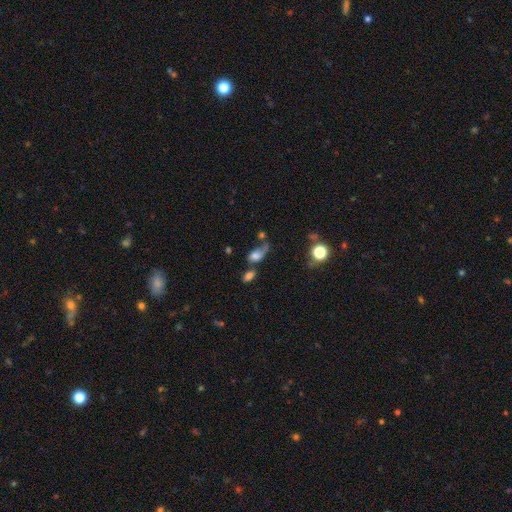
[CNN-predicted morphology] Smooth or featured?
  - smooth: 63% *
  - featured or disk: 24%
  - star or artifact: 13%
How rounded?
  - in between: 75% *
  - round: 20%
  - cigar-shaped: 5%
Merging?
  - merger: 32% *
  - major disturbance: 28%
  - none: 24%
  - minor disturbance: 16%